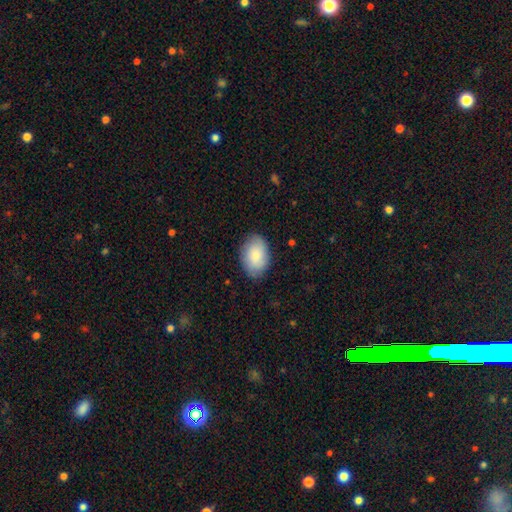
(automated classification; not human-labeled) Smooth or featured?
  - smooth: 83% *
  - featured or disk: 11%
  - star or artifact: 6%
How rounded?
  - in between: 87% *
  - round: 12%
  - cigar-shaped: 1%
Merging?
  - none: 83% *
  - minor disturbance: 13%
  - major disturbance: 3%
  - merger: 1%